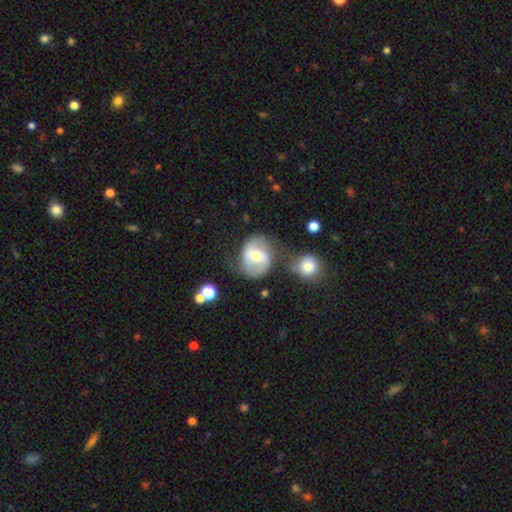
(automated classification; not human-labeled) Smooth or featured?
  - featured or disk: 65% *
  - smooth: 28%
  - star or artifact: 7%
Edge-on disk?
  - no: 97% *
  - yes: 3%
Bar?
  - weak: 45% *
  - no: 29%
  - strong: 26%
Spiral arms?
  - yes: 82% *
  - no: 18%
Spiral winding?
  - medium: 47% *
  - loose: 36%
  - tight: 17%
Spiral arm count?
  - 2: 87% *
  - can't tell: 8%
  - 1: 2%
  - 3: 1%
  - 4: 1%
  - more than 4: 1%
Bulge size?
  - moderate: 63% *
  - small: 30%
  - large: 5%
  - none: 1%
  - dominant: 1%
Merging?
  - none: 59% *
  - minor disturbance: 19%
  - merger: 13%
  - major disturbance: 10%